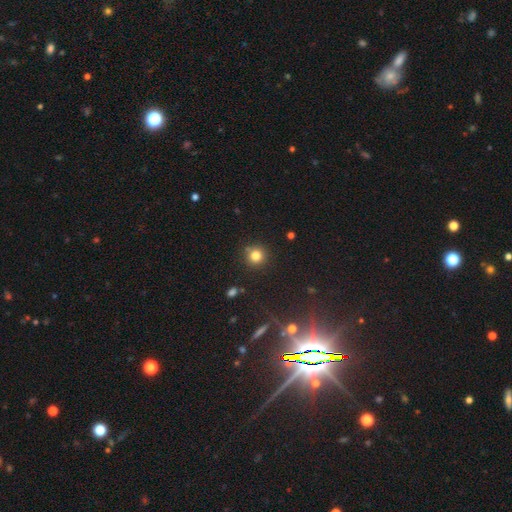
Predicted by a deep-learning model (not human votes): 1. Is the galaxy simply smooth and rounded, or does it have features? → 80% smooth, 14% star or artifact, 6% featured or disk.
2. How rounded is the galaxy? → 93% round, 6% in between, 1% cigar-shaped.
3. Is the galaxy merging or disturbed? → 86% none, 8% minor disturbance, 3% merger, 2% major disturbance.